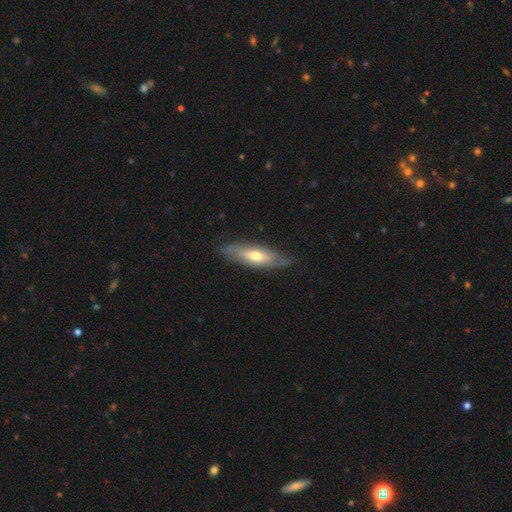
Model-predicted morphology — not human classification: A featured or disk galaxy (52%) with not edge-on (50%, tied with yes).

Vote fractions:
- Smooth or featured? featured or disk: 52% / smooth: 42% / star or artifact: 5%
- Edge-on disk? no: 50% (tied) / yes: 50% (tied)
- Merging? none: 75% / minor disturbance: 19% / major disturbance: 4% / merger: 1%